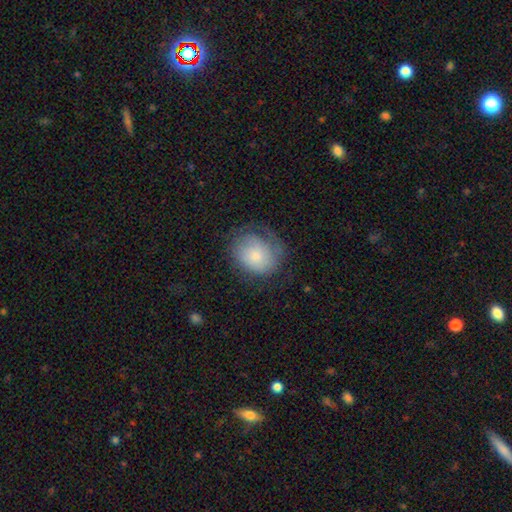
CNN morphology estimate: smooth_or_featured: smooth (p=0.62) [alt: featured or disk p=0.30]
how_rounded: round (p=0.64) [alt: in between p=0.35]
merging: none (p=0.52) [alt: minor disturbance p=0.27]